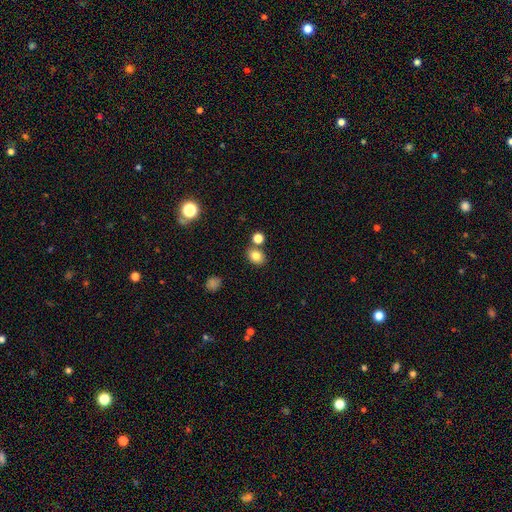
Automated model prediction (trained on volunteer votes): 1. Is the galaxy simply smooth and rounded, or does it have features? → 80% smooth, 12% star or artifact, 8% featured or disk.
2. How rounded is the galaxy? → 52% round, 47% in between, 1% cigar-shaped.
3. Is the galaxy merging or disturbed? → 74% none, 13% merger, 10% minor disturbance, 3% major disturbance.